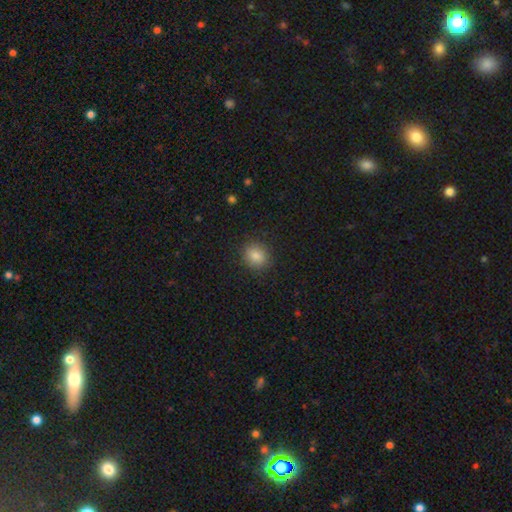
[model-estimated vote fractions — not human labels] Smooth or featured? Predicted: smooth (p=0.85). How rounded? Predicted: round (p=0.69). Merging? Predicted: none (p=0.89).